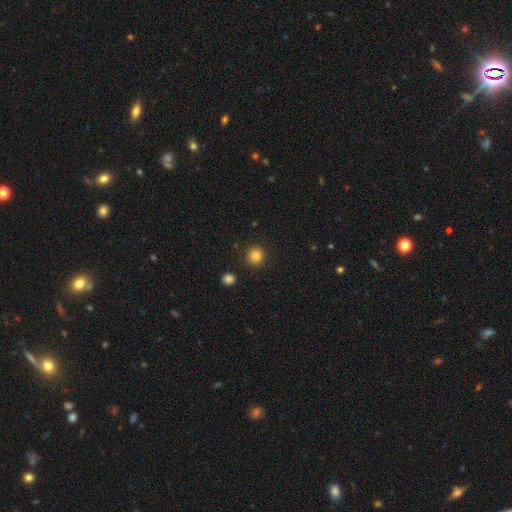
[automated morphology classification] Overall: smooth (85%). How rounded: round (92%). Merging: none (89%).